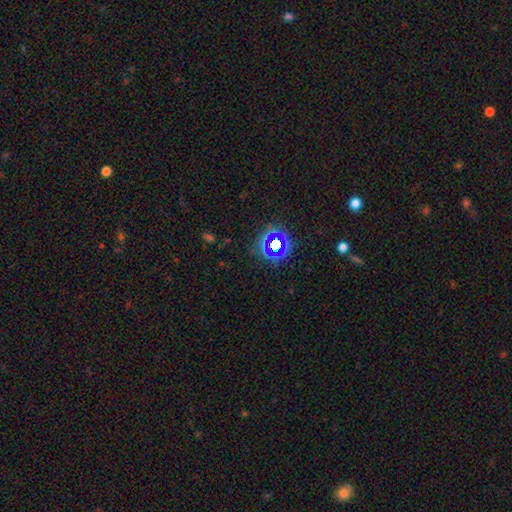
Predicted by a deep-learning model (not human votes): A smooth galaxy with no disk features (47%).

Vote fractions:
- Smooth or featured? smooth: 47% / star or artifact: 42% / featured or disk: 11%
- Merging? none: 84% / minor disturbance: 8% / merger: 4% / major disturbance: 4%